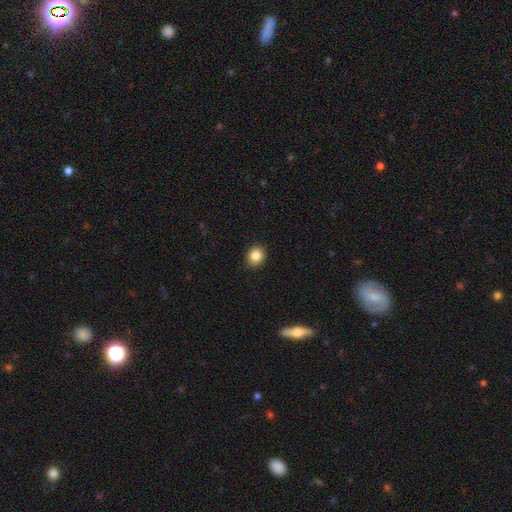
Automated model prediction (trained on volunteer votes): This is clearly a smooth galaxy (86%). How rounded: likely round (70%). Merging: clearly none (90%).